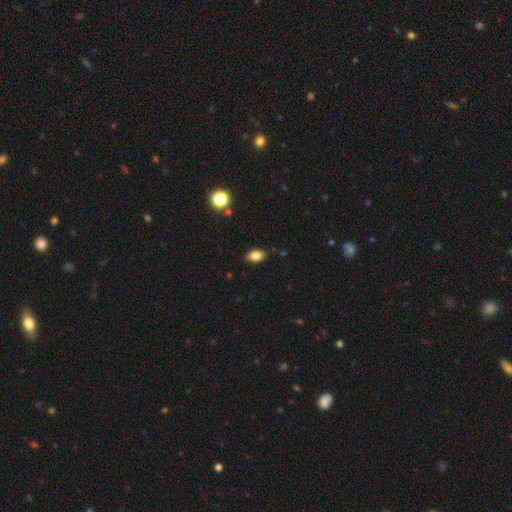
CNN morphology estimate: Smooth or featured? Predicted: smooth (p=0.83). How rounded? Predicted: in between (p=0.88). Merging? Predicted: none (p=0.85).